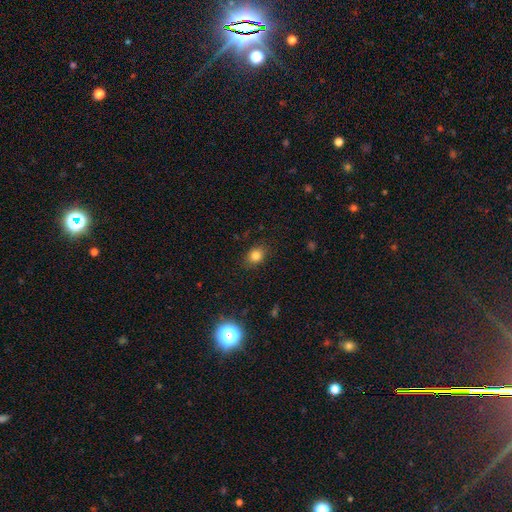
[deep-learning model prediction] Morphology: type=smooth (80%); roundness=in between (52%); merging=none (85%).